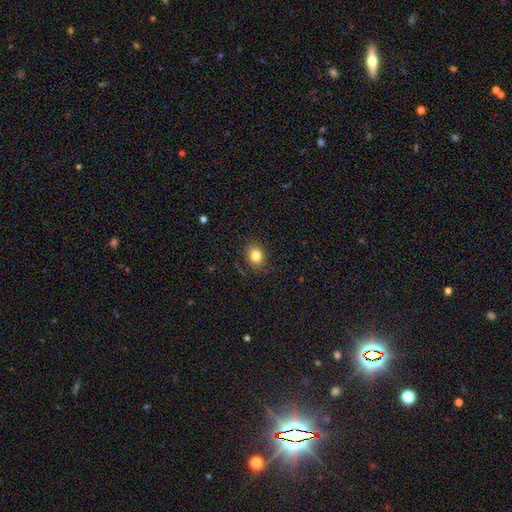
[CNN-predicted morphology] Smooth or featured?
  - smooth: 82% *
  - star or artifact: 11%
  - featured or disk: 7%
How rounded?
  - round: 52% *
  - in between: 47%
  - cigar-shaped: 1%
Merging?
  - none: 84% *
  - minor disturbance: 12%
  - major disturbance: 3%
  - merger: 1%